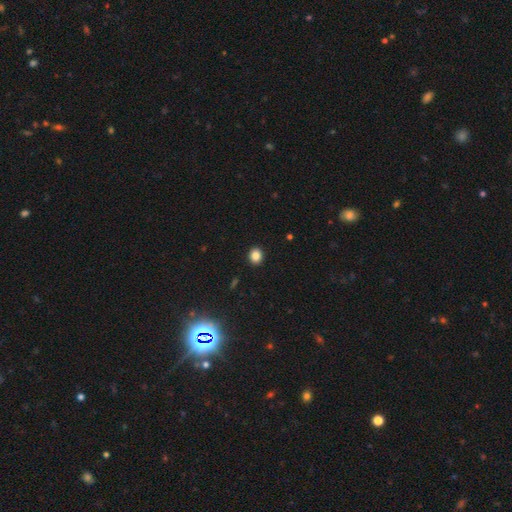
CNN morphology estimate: Smooth or featured? Predicted: smooth (p=0.84). How rounded? Predicted: round (p=0.72). Merging? Predicted: none (p=0.92).